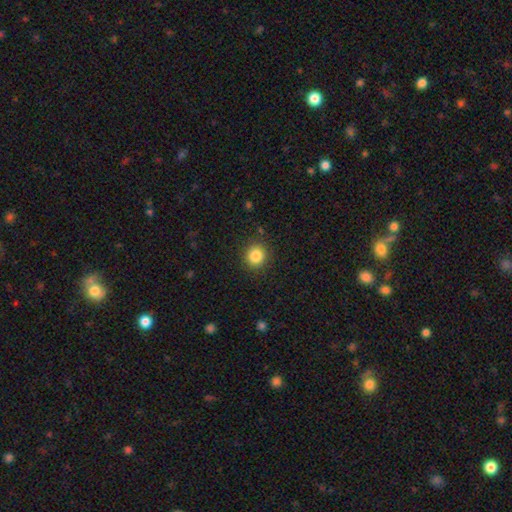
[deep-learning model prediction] Smooth or featured: smooth — 85% (star or artifact — 10%)
How rounded: round — 86% (in between — 13%)
Merging: none — 88% (minor disturbance — 8%)